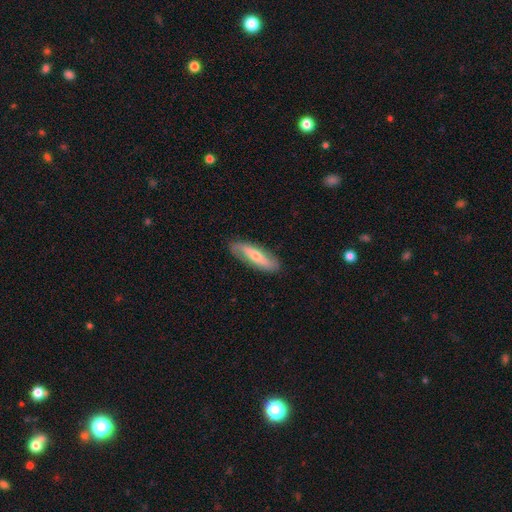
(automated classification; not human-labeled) Smooth or featured: featured or disk — 53% (smooth — 42%)
Edge-on disk: no — 69% (yes — 31%)
Merging: none — 83% (minor disturbance — 13%)